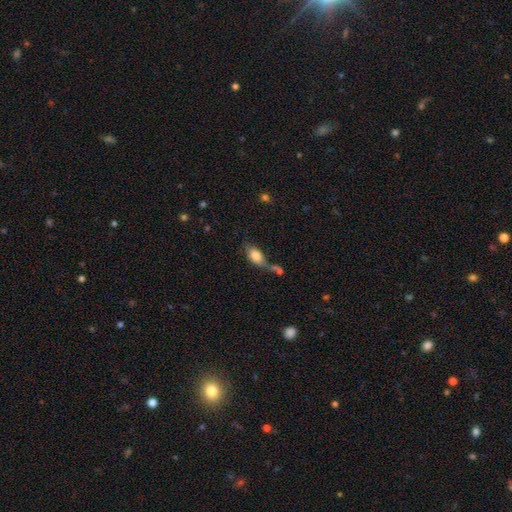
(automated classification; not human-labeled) Morphology: type=smooth (79%); roundness=in between (87%); merging=none (38%).